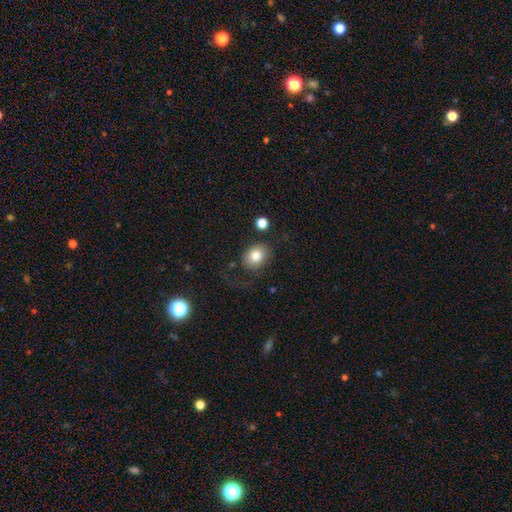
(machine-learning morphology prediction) The model was most divided on "how rounded" (2-way tie): in between: 50%, round: 50%, cigar-shaped: 1%. More confident: smooth or featured — smooth (81%); merging — none (65%).